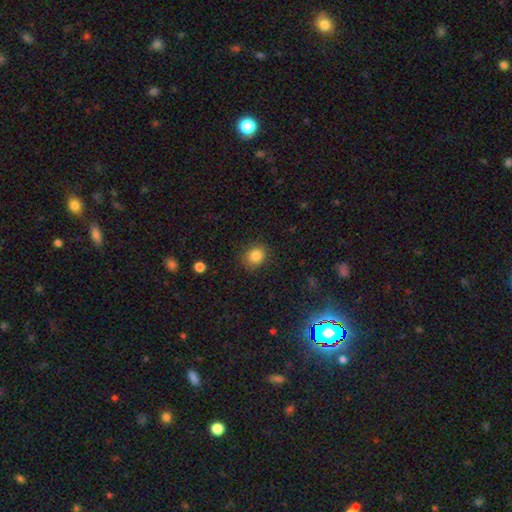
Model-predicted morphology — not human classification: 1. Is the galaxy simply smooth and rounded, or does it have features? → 85% smooth, 11% star or artifact, 4% featured or disk.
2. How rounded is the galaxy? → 72% round, 27% in between, 1% cigar-shaped.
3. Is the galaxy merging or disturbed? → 85% none, 11% minor disturbance, 3% major disturbance, 1% merger.